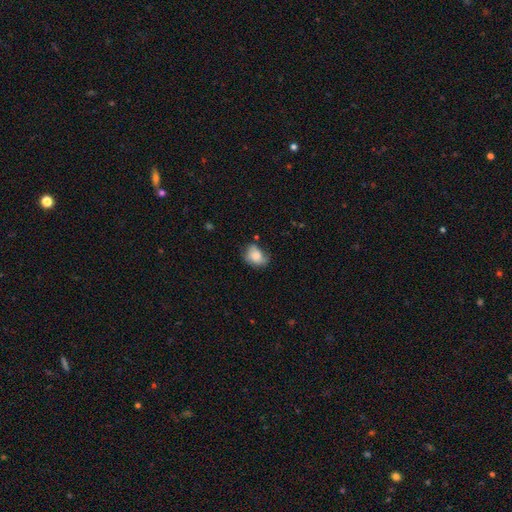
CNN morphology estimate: Smooth or featured? Predicted: smooth (p=0.72). How rounded? Predicted: in between (p=0.64). Merging? Predicted: none (p=0.42).